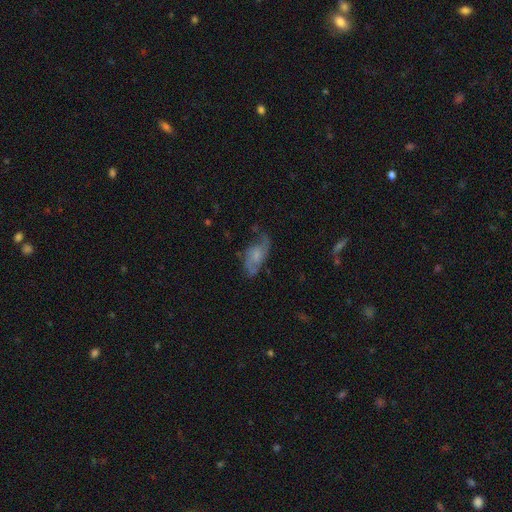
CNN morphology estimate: Smooth or featured?
  - featured or disk: 67% *
  - smooth: 25%
  - star or artifact: 8%
Edge-on disk?
  - no: 94% *
  - yes: 6%
Bar?
  - no: 63% *
  - weak: 32%
  - strong: 6%
Spiral arms?
  - yes: 87% *
  - no: 13%
Spiral winding?
  - medium: 43% *
  - loose: 38%
  - tight: 18%
Spiral arm count?
  - 2: 77% *
  - can't tell: 12%
  - 1: 4%
  - 3: 3%
  - 4: 2%
  - more than 4: 1%
Bulge size?
  - small: 50% *
  - moderate: 24%
  - none: 22%
  - large: 3%
  - dominant: 1%
Merging?
  - none: 58% *
  - minor disturbance: 25%
  - major disturbance: 15%
  - merger: 3%